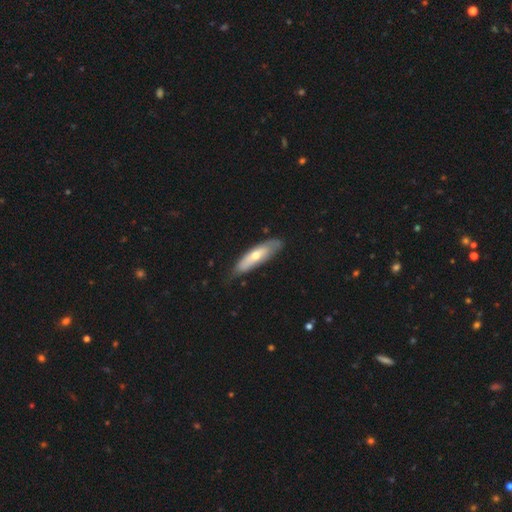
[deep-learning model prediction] smooth 52%, featured or disk 42%, star or artifact 5%. Down the decision tree: how rounded — cigar-shaped (54%); merging — none (73%).